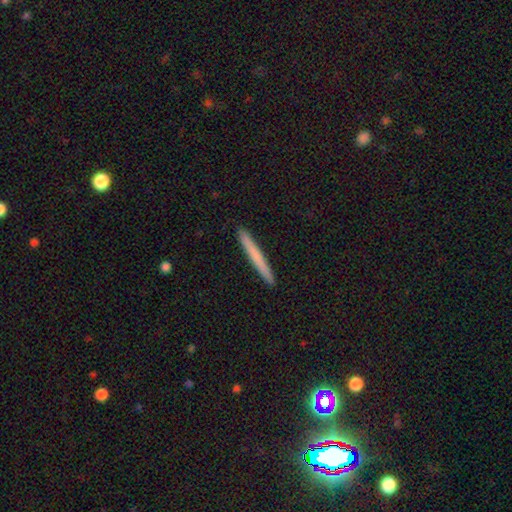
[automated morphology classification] smooth-or-featured: smooth: 67% | featured or disk: 27% | star or artifact: 5%
  how-rounded: cigar-shaped: 97% | in between: 2% | round: 1%
  merging: none: 93% | minor disturbance: 5% | major disturbance: 1% | merger: 1%